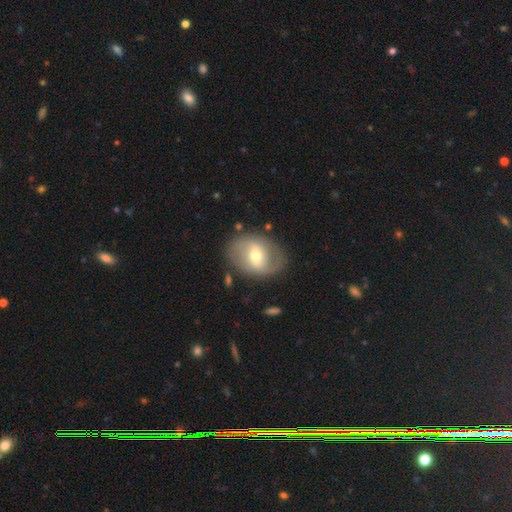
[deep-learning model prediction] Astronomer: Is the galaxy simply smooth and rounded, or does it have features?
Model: featured or disk — 59% (runner-up: smooth, 35%).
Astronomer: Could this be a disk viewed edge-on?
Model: no — 94%.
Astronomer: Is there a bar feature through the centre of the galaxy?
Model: weak — 44% (runner-up: no, 28%).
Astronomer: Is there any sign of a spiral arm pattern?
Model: yes — 56% (runner-up: no, 44%).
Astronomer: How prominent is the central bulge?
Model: moderate — 64%.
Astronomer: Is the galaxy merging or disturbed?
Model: none — 77%.